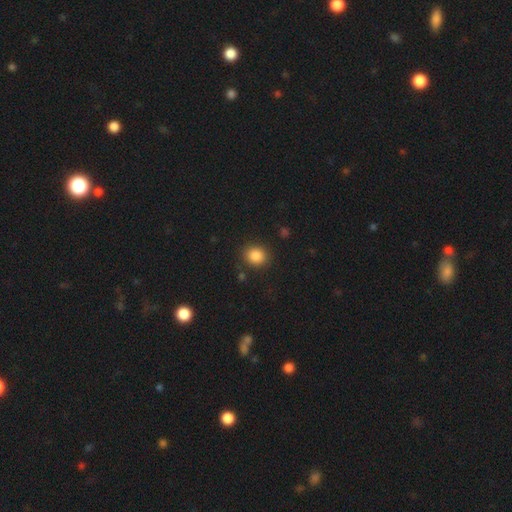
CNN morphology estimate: This appears to be a smooth galaxy with no disk features (87%) that is round (79%). Merging: none (87%).